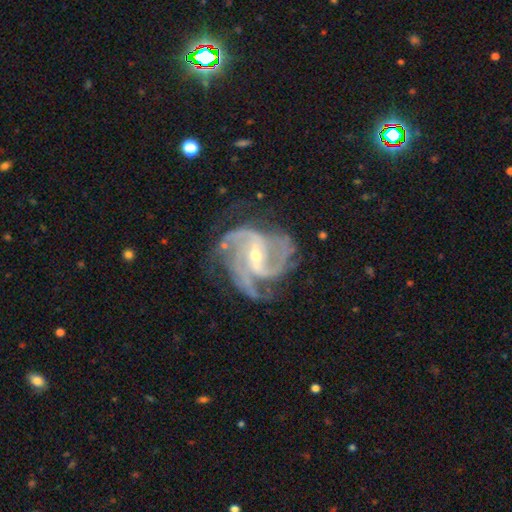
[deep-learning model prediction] This appears to be a featured or disk galaxy (93%) with a weak bar (42%), 3 (40%) medium (56%) spiral arms (98%) and a small central bulge (65%). Merging: none (63%).